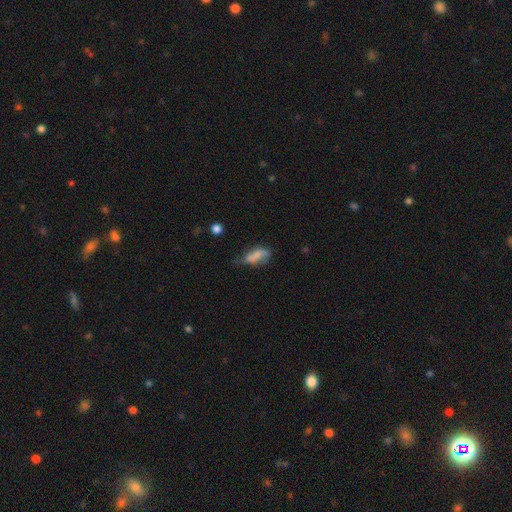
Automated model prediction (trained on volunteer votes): The model was most divided on "merging": minor disturbance: 35%, none: 33%, major disturbance: 25%, merger: 8%. More confident: how rounded — in between (77%); smooth or featured — smooth (60%).